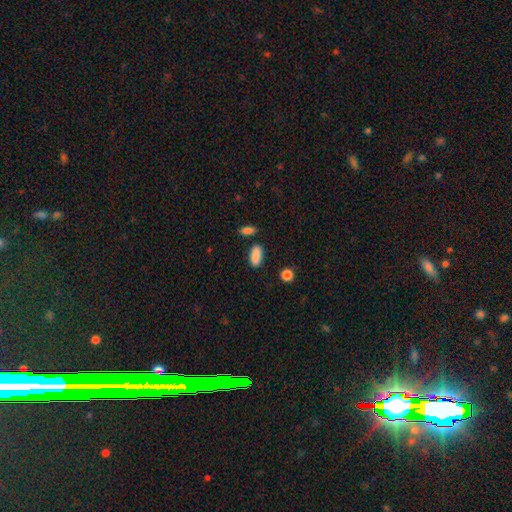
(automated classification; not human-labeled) Smooth or featured?
  - smooth: 89% *
  - star or artifact: 7%
  - featured or disk: 4%
How rounded?
  - in between: 88% *
  - cigar-shaped: 9%
  - round: 3%
Merging?
  - none: 82% *
  - minor disturbance: 11%
  - merger: 5%
  - major disturbance: 3%